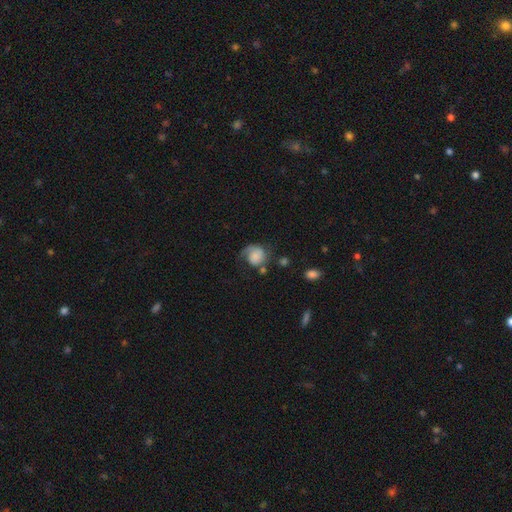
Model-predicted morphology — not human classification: A smooth galaxy with no disk features (47%).

Vote fractions:
- Smooth or featured? smooth: 47% / featured or disk: 44% / star or artifact: 8%
- Merging? none: 40% / major disturbance: 30% / minor disturbance: 24% / merger: 6%